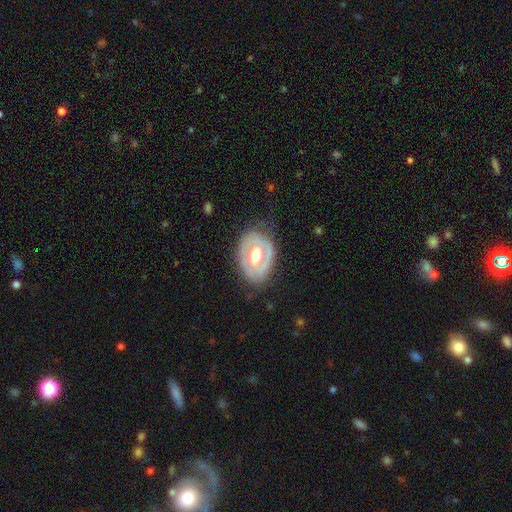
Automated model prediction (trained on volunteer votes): smooth-or-featured: featured or disk: 63% | smooth: 31% | star or artifact: 5%
  disk-edge-on: no: 93% | yes: 7%
    bar: no: 64% | weak: 26% | strong: 11%
    has-spiral-arms: no: 73% | yes: 27%
    bulge-size: moderate: 64% | large: 28% | small: 5% | dominant: 2% | none: 1%
  merging: none: 69% | minor disturbance: 22% | major disturbance: 8% | merger: 1%